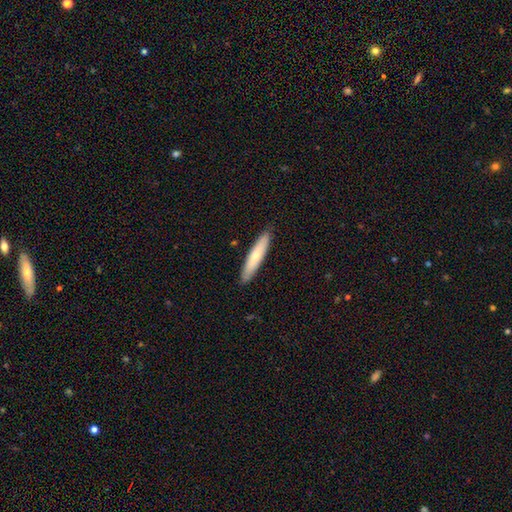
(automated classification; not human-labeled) smooth_or_featured: smooth (p=0.67) [alt: featured or disk p=0.28]
how_rounded: cigar-shaped (p=0.88) [alt: in between p=0.10]
merging: none (p=0.89) [alt: minor disturbance p=0.08]